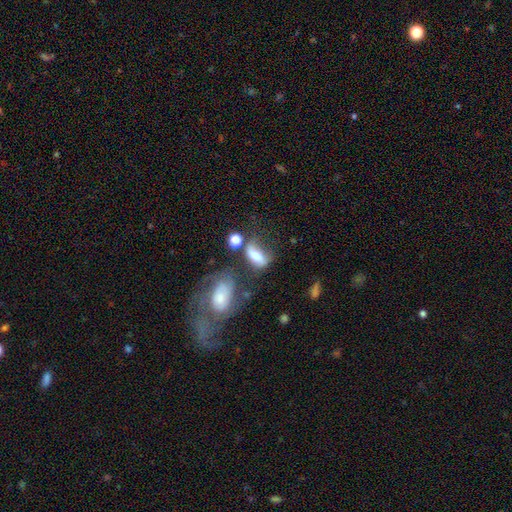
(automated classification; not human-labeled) Smooth or featured? smooth (60%)
How rounded? in between (78%)
Merging? none (29%)